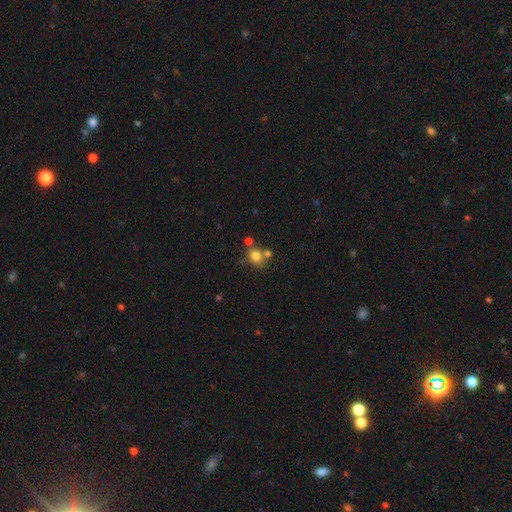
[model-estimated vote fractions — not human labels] smooth-or-featured: smooth: 79% | star or artifact: 12% | featured or disk: 9%
  how-rounded: round: 65% | in between: 34% | cigar-shaped: 1%
  merging: none: 54% | merger: 28% | minor disturbance: 13% | major disturbance: 5%